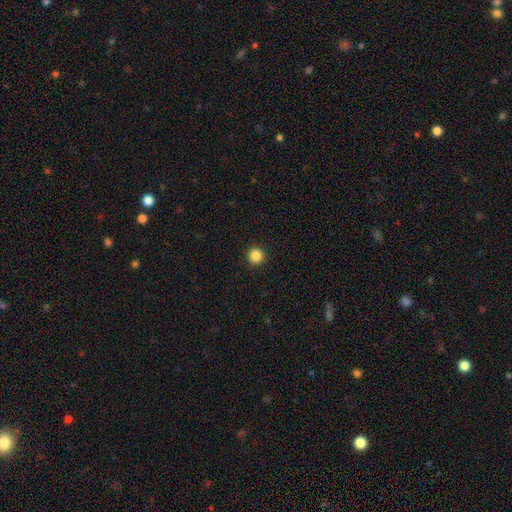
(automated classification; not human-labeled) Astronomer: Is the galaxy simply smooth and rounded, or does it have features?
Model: smooth — 86%.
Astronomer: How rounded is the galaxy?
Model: round — 96%.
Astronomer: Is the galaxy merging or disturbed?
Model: none — 93%.